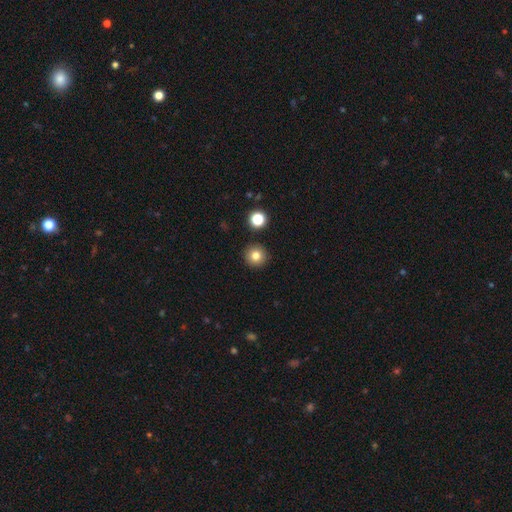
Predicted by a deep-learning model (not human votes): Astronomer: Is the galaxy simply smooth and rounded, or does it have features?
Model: smooth — 80%.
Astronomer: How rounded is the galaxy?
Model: round — 95%.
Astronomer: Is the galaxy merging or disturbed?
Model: none — 91%.